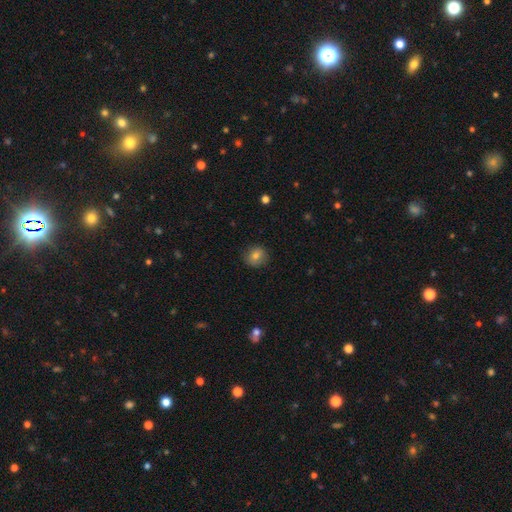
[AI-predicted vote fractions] Smooth or featured: smooth — 78% (featured or disk — 12%)
How rounded: round — 83% (in between — 16%)
Merging: none — 85% (minor disturbance — 11%)